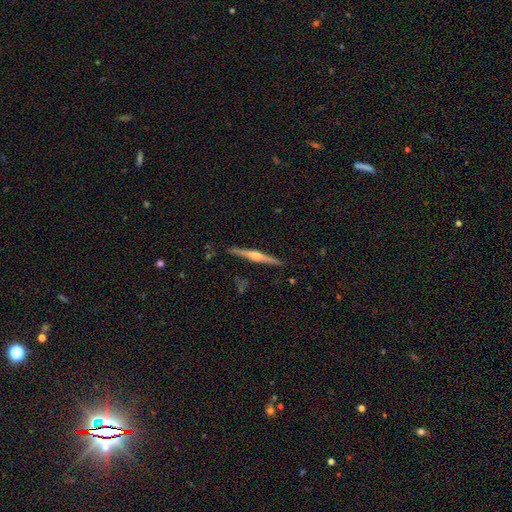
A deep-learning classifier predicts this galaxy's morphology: type=featured or disk (77%); edge-on=yes (98%); edge-on bulge=rounded (91%); merging=none (89%).